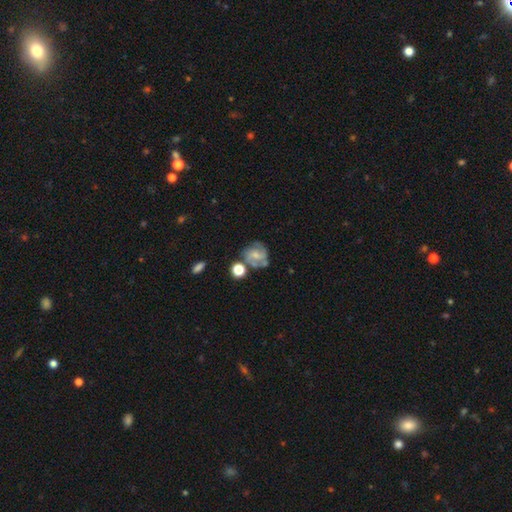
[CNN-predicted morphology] Smooth or featured? featured or disk (64%)
Edge-on disk? no (98%)
Bar? no (56%)
Spiral arms? yes (84%)
Spiral winding? medium (45%)
Spiral arm count? 2 (36%)
Bulge size? small (53%)
Merging? none (53%)